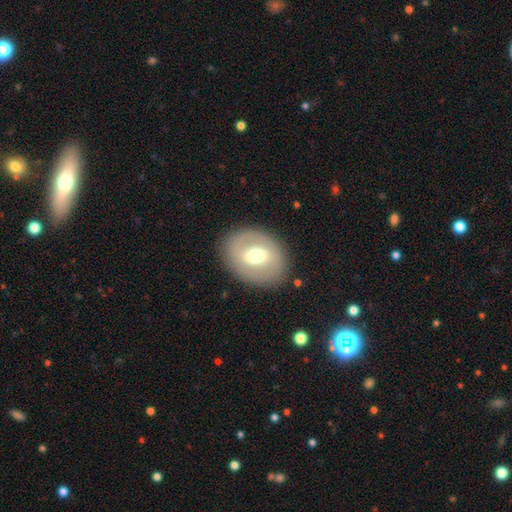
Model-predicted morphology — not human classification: Smooth or featured: featured or disk — 47% (smooth — 46%)
Merging: none — 84% (minor disturbance — 10%)